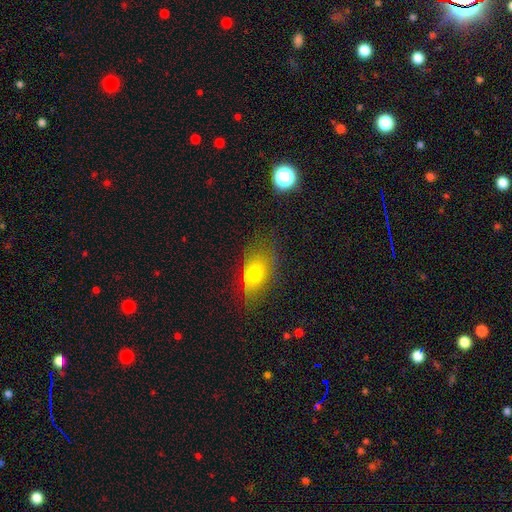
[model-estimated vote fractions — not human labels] This appears to be a smooth galaxy with no disk features (61%) that is in between round and cigar-shaped (83%). Merging: none (80%).